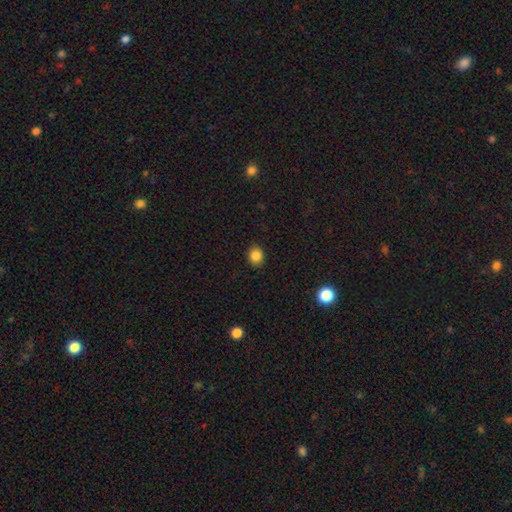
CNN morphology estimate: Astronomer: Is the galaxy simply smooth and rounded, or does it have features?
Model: smooth — 86%.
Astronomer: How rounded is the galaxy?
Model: round — 70%.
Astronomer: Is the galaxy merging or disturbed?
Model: none — 90%.